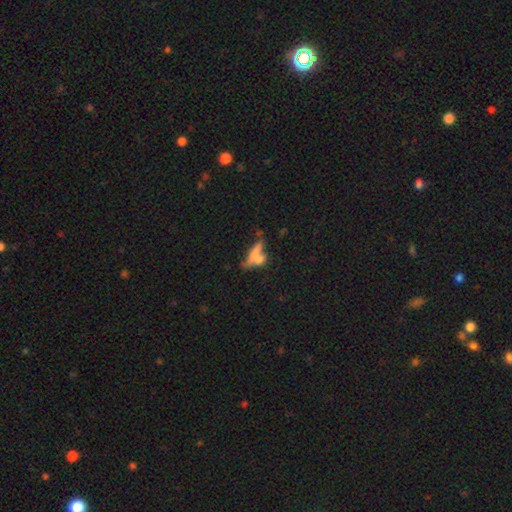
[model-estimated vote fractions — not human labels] Smooth or featured? smooth (58%)
How rounded? cigar-shaped (60%)
Merging? merger (46%)